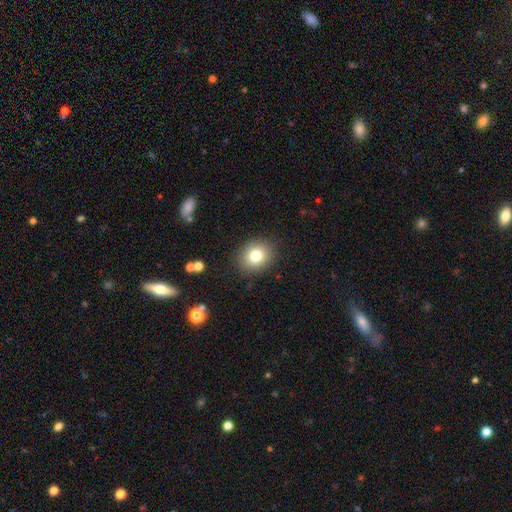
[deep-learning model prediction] The model was most divided on "how rounded": round: 60%, in between: 40%, cigar-shaped: 1%. More confident: merging — none (87%); smooth or featured — smooth (80%).